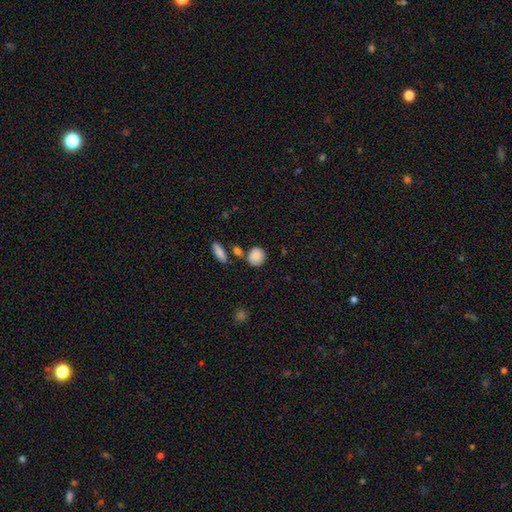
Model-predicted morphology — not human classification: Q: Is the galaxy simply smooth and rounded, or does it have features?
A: smooth — 87%.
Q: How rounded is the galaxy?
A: round — 78%.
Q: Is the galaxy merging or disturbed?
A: none — 76%.